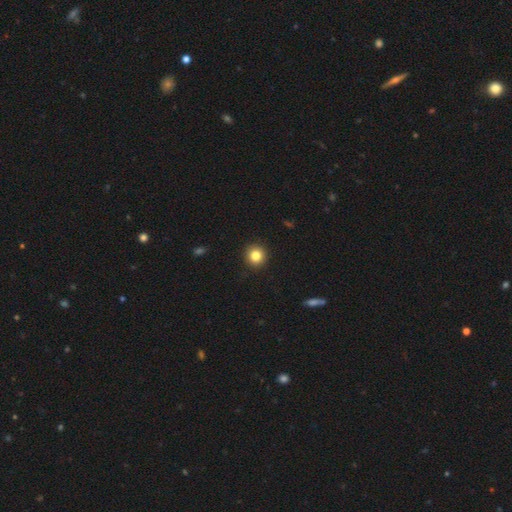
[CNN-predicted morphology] Smooth or featured? smooth (83%)
How rounded? round (94%)
Merging? none (93%)